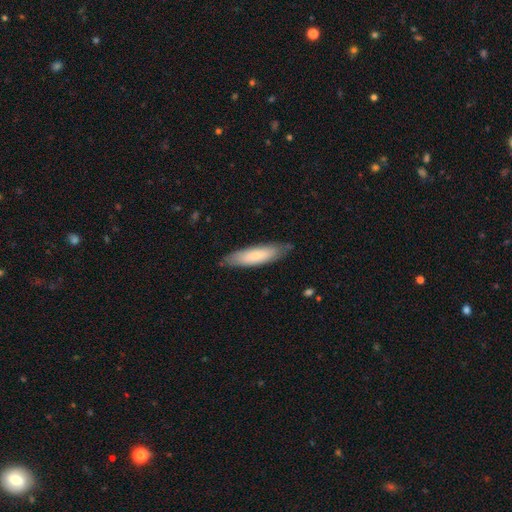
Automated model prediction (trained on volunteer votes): Smooth or featured? Predicted: smooth (p=0.73). How rounded? Predicted: cigar-shaped (p=0.62). Merging? Predicted: none (p=0.81).